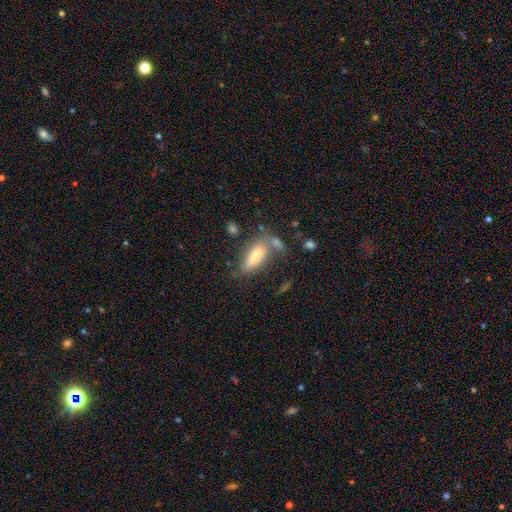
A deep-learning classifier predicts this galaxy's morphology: smooth-or-featured: smooth: 73% | featured or disk: 19% | star or artifact: 8%
  how-rounded: in between: 58% | cigar-shaped: 40% | round: 2%
  merging: none: 52% | minor disturbance: 20% | merger: 17% | major disturbance: 10%